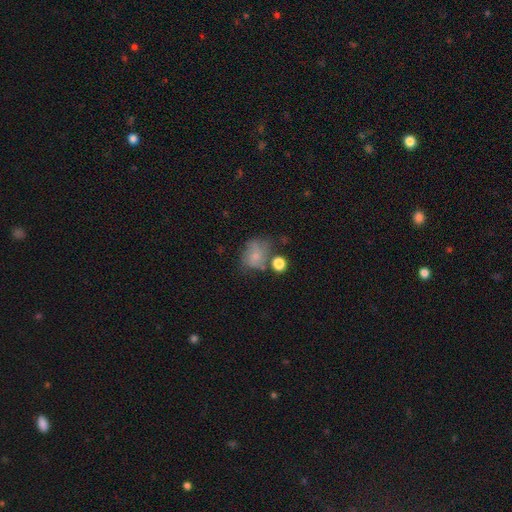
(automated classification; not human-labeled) smooth 66%, featured or disk 22%, star or artifact 12%. Down the decision tree: how rounded — in between (51%); merging — none (44%).